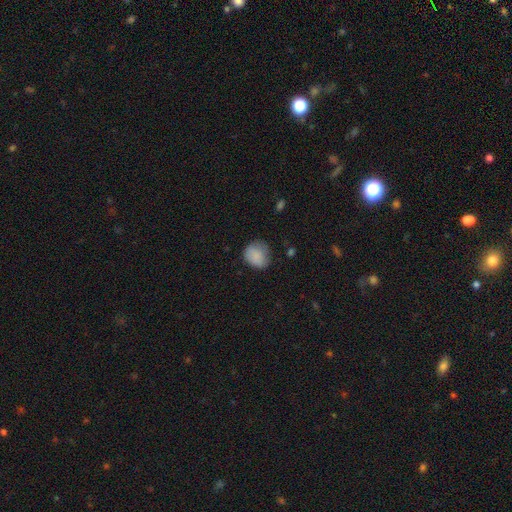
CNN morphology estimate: smooth 84%, star or artifact 8%, featured or disk 8%. Down the decision tree: how rounded — round (70%); merging — none (64%).